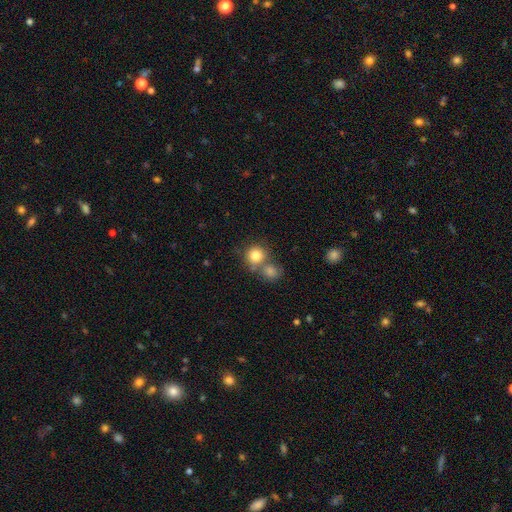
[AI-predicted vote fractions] Overall: smooth (82%). How rounded: round (88%). Merging: none (50%; merger 38%).